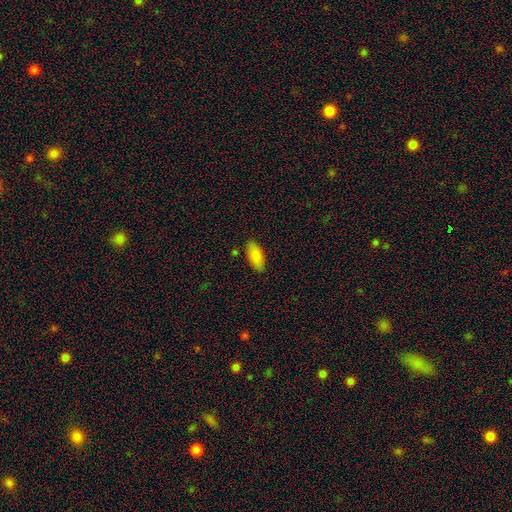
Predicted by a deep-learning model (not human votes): Smooth or featured? smooth (86%)
How rounded? in between (89%)
Merging? none (84%)